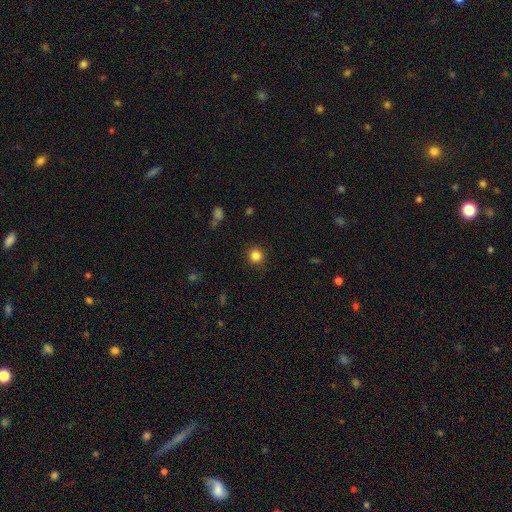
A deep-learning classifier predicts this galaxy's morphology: A smooth galaxy with no disk features (84%) that is round (93%). Merging: none (90%).